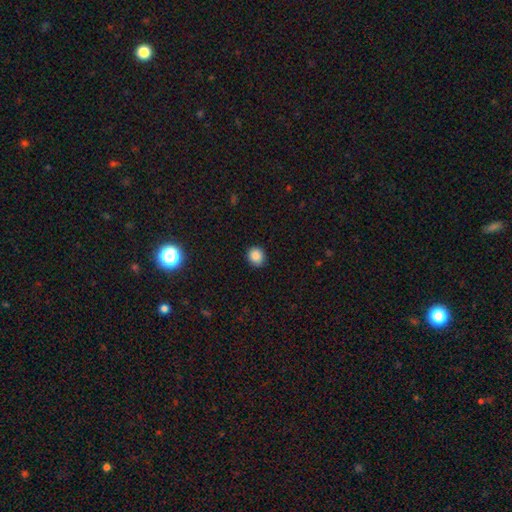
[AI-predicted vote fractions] This is clearly a smooth galaxy (87%). How rounded: clearly round (81%). Merging: clearly none (88%).